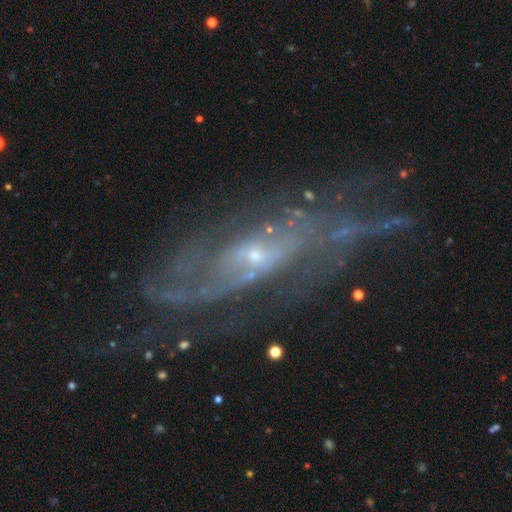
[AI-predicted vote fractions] Morphology: type=featured or disk (83%); edge-on=no (85%); bar=no (55%); spiral arms=yes (92%); winding=tight (51%); arm count=can't tell (46%); bulge=small (70%); merging=none (71%).